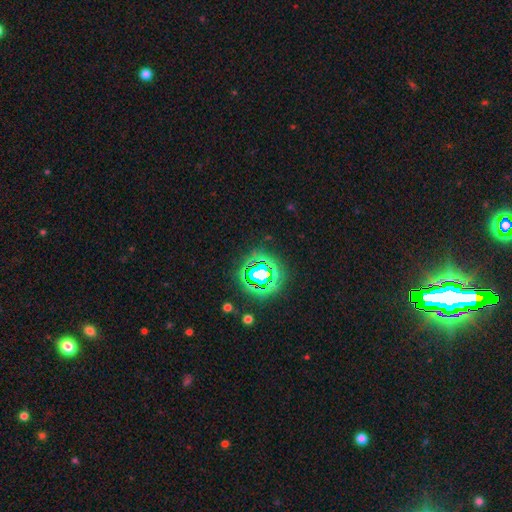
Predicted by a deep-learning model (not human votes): Smooth or featured? star or artifact (81%)